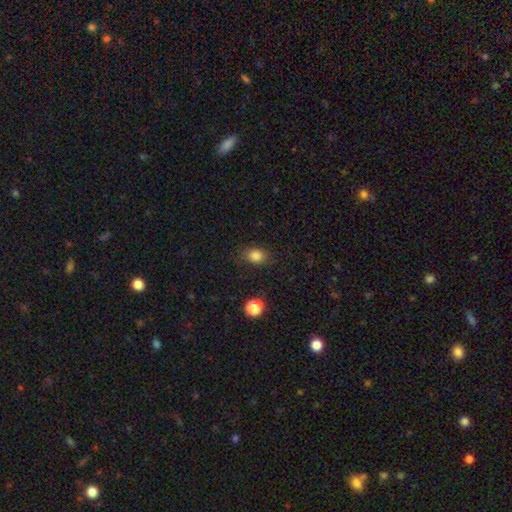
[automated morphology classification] Overall: smooth (83%). How rounded: in between (52%; round 47%). Merging: none (82%).